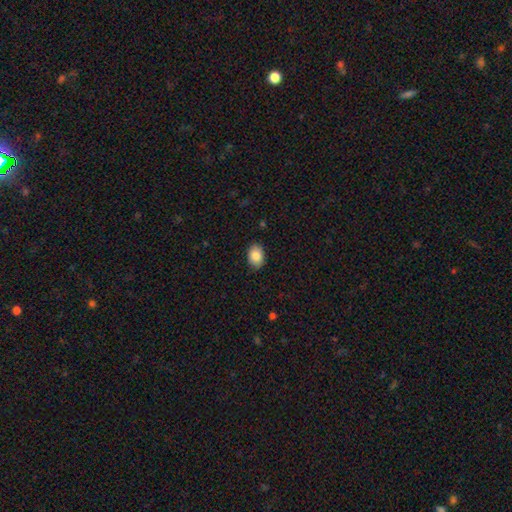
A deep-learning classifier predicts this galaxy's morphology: Q: Smooth or featured?
A: smooth (86%); runner-up: star or artifact (7%)
Q: How rounded?
A: in between (79%); runner-up: round (20%)
Q: Merging?
A: none (87%); runner-up: minor disturbance (10%)